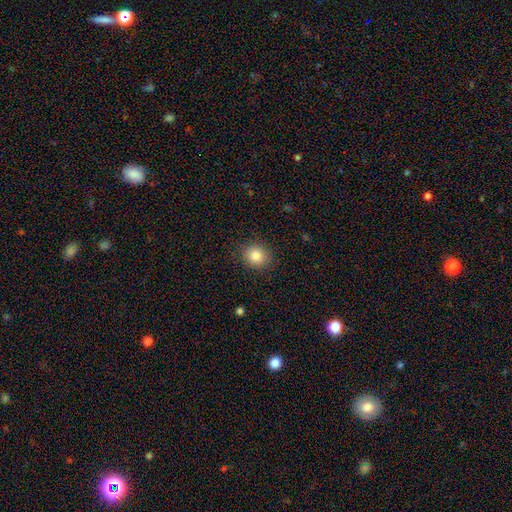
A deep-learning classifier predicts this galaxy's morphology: This is clearly a smooth galaxy (84%). How rounded: clearly round (82%). Merging: clearly none (89%).